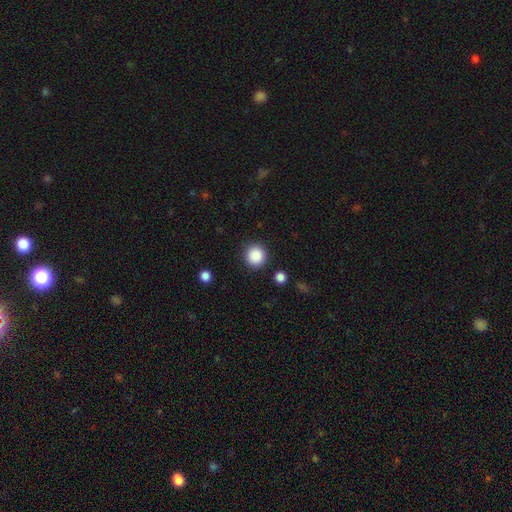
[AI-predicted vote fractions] Smooth or featured? Predicted: smooth (p=0.88). How rounded? Predicted: round (p=0.94). Merging? Predicted: none (p=0.90).